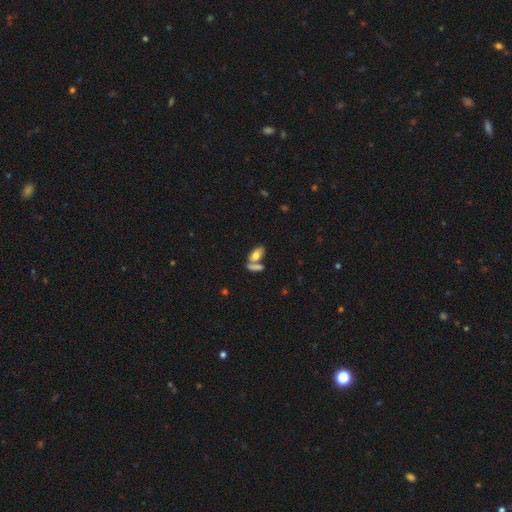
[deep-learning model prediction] Smooth or featured? smooth (73%)
How rounded? in between (86%)
Merging? none (48%)